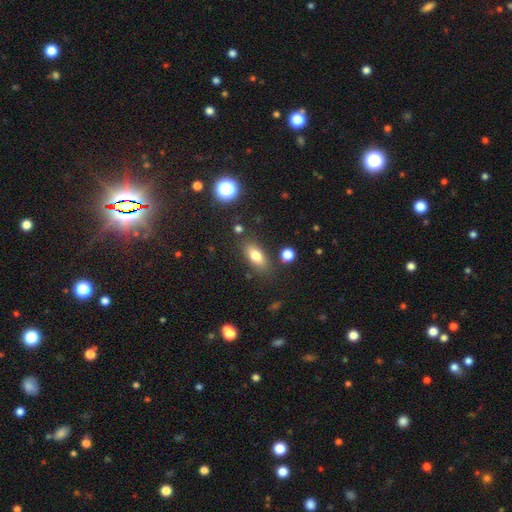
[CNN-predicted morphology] This appears to be a smooth galaxy with no disk features (77%) that is in between round and cigar-shaped (80%). Merging: none (79%).